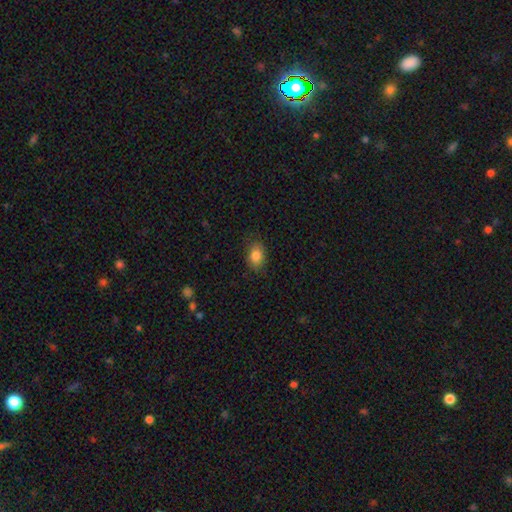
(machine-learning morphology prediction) type=smooth (84%); roundness=in between (79%); merging=none (83%).